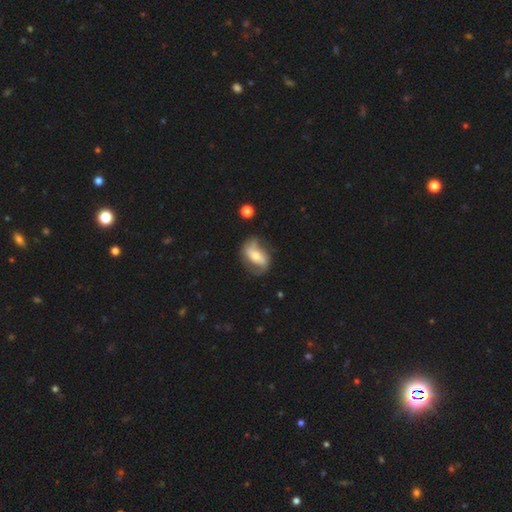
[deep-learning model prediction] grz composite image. It shows a featured or disk galaxy (72%) with a strong bar (38%), 2 (85%) loose (51%) spiral arms (86%) and a moderate central bulge (51%). Merging: none (62%).